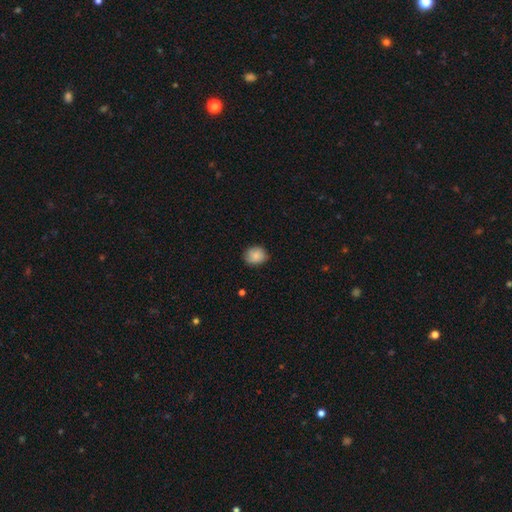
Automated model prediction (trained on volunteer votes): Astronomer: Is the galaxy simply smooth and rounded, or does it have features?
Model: smooth — 86%.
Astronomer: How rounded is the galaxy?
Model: round — 67%.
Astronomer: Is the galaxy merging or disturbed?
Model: none — 81%.